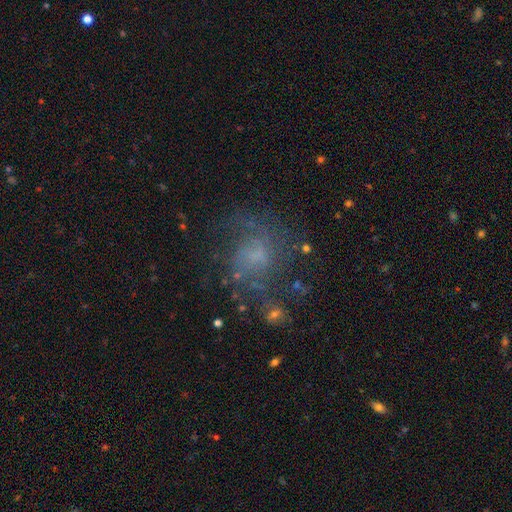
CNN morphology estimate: featured or disk 57%, smooth 24%, star or artifact 19%. Down the decision tree: edge-on disk — no (97%); bar — no (68%); spiral arms — yes (77%); bulge size — small (37%); merging — none (61%).